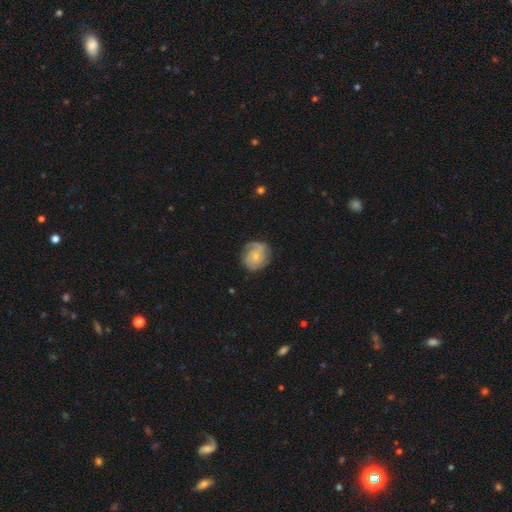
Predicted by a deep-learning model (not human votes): This appears to be a featured or disk galaxy (68%) with no bar (77%), 2 (36%) tight (57%) spiral arms (92%) and a small central bulge (67%). Merging: none (71%).